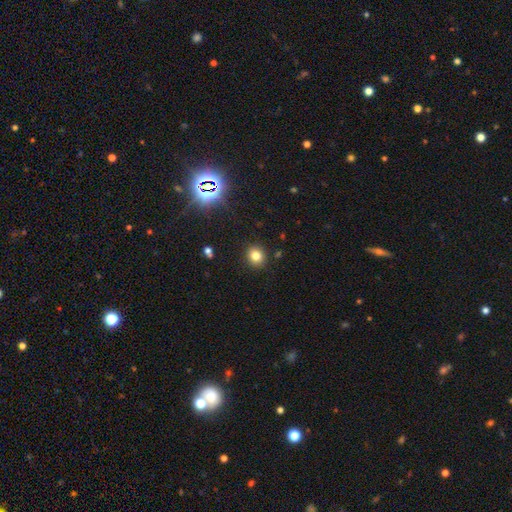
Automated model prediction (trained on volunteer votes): smooth-or-featured: smooth: 79% | star or artifact: 14% | featured or disk: 7%
  how-rounded: round: 81% | in between: 18% | cigar-shaped: 1%
  merging: none: 90% | minor disturbance: 6% | major disturbance: 2% | merger: 1%